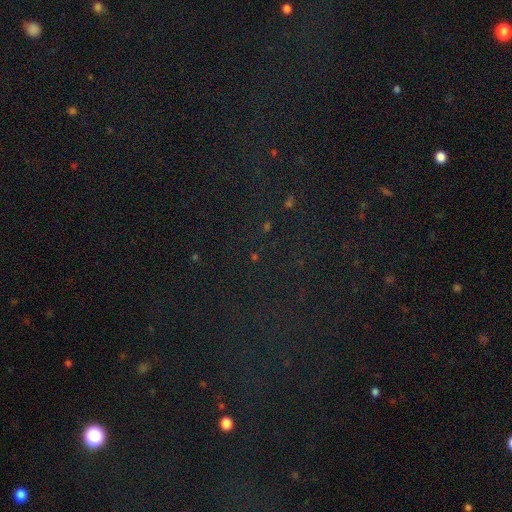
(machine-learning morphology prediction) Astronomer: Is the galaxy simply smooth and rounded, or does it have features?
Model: star or artifact — 76%.